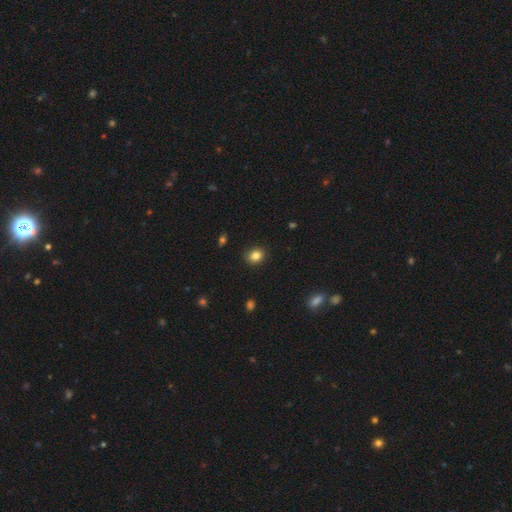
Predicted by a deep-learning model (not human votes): This appears to be a smooth galaxy with no disk features (85%) that is round (65%). Merging: none (88%).